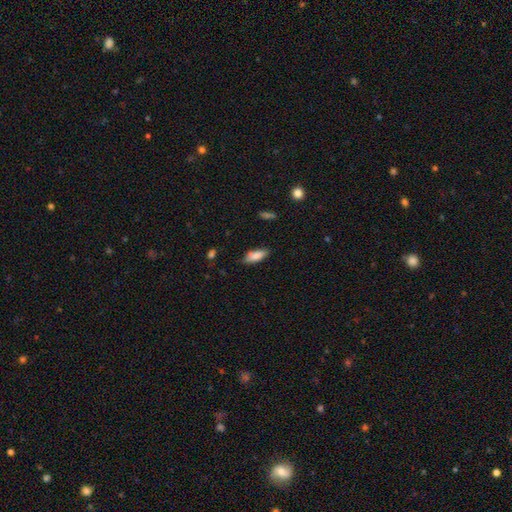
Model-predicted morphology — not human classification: The model was most divided on "how rounded": in between: 75%, cigar-shaped: 23%, round: 2%. More confident: smooth or featured — smooth (85%); merging — none (77%).